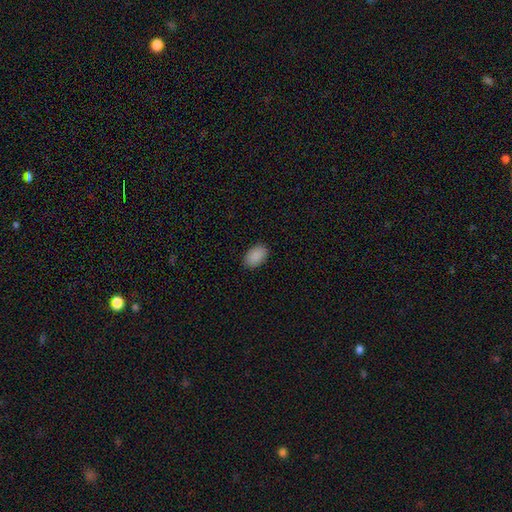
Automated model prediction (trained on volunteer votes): This appears to be a smooth galaxy with no disk features (90%) that is in between round and cigar-shaped (91%). Merging: none (88%).